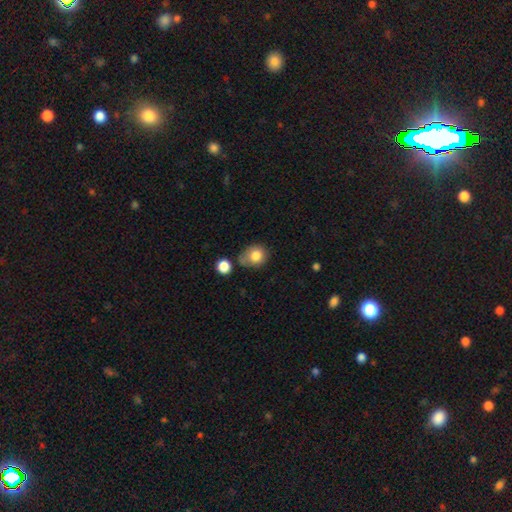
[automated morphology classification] A smooth galaxy with no disk features (82%) that is round (64%). Merging: none (54%).